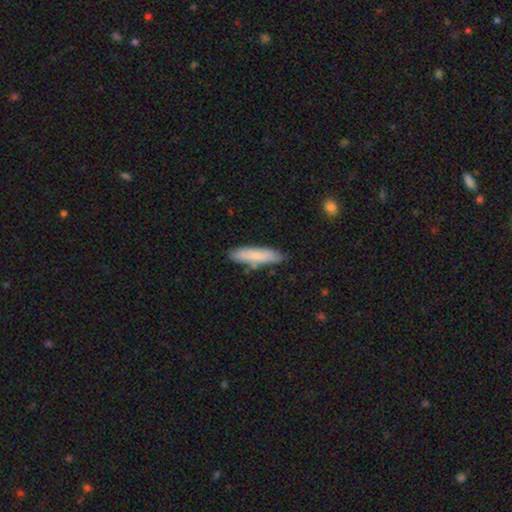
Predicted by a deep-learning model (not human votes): A smooth galaxy with no disk features (78%) that is cigar-shaped (77%).

Vote fractions:
- Smooth or featured? smooth: 78% / featured or disk: 16% / star or artifact: 6%
- How rounded? cigar-shaped: 77% / in between: 21% / round: 2%
- Merging? none: 77% / minor disturbance: 15% / merger: 5% / major disturbance: 3%